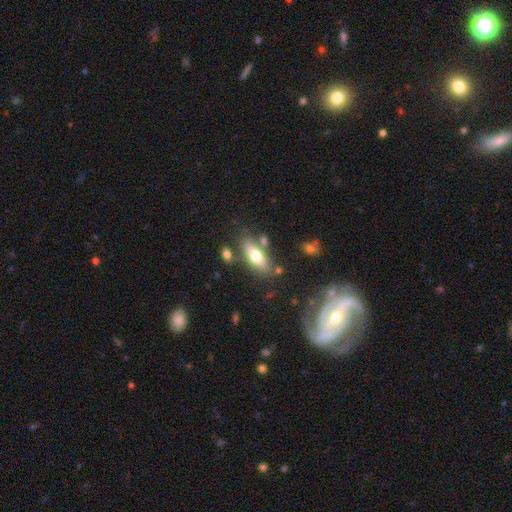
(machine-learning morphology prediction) The model was most divided on "smooth or featured": smooth: 65%, featured or disk: 27%, star or artifact: 7%. More confident: how rounded — in between (71%); merging — none (71%).